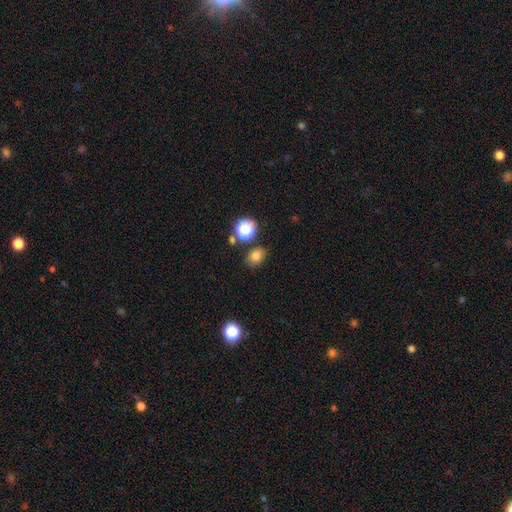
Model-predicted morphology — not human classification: type=smooth (77%); roundness=in between (61%); merging=none (77%).